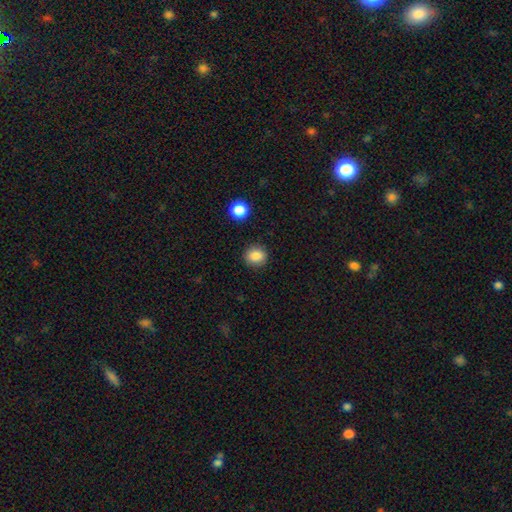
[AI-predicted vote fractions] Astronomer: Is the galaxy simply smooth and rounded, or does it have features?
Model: smooth — 86%.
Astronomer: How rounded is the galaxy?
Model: round — 80%.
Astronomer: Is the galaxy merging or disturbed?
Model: none — 88%.